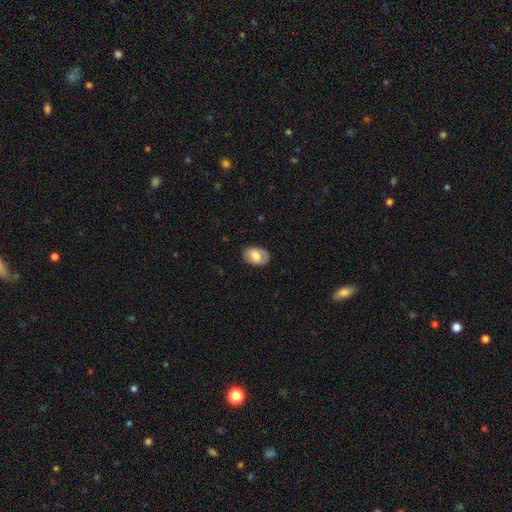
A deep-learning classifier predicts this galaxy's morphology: Overall: smooth (66%; featured or disk 27%). How rounded: in between (89%). Merging: none (84%).